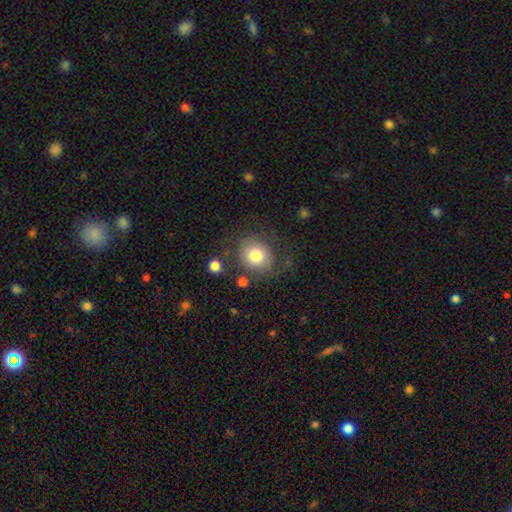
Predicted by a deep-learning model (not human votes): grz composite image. It shows a smooth galaxy with no disk features (79%) that is round (81%). Merging: none (71%).